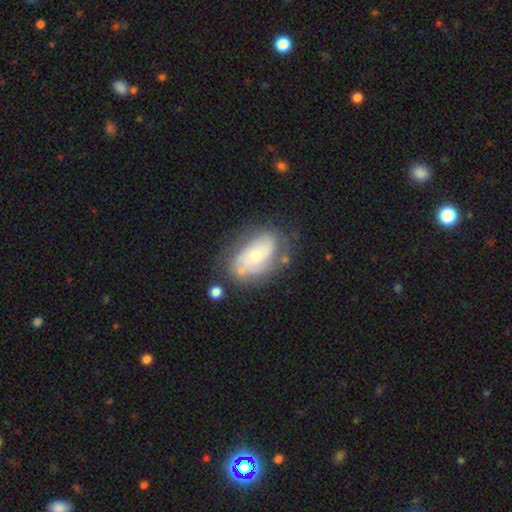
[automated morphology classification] smooth-or-featured: featured or disk: 67% | smooth: 26% | star or artifact: 7%
  disk-edge-on: no: 95% | yes: 5%
    bar: no: 78% | weak: 18% | strong: 4%
    has-spiral-arms: yes: 80% | no: 20%
      spiral-winding: tight: 50% | medium: 34% | loose: 15%
      spiral-arm-count: can't tell: 40% | 2: 35% | 3: 13% | 1: 5% | 4: 5% | more than 4: 3%
    bulge-size: small: 56% | moderate: 39% | large: 2% | none: 1% | dominant: 1%
  merging: none: 62% | minor disturbance: 24% | major disturbance: 10% | merger: 5%